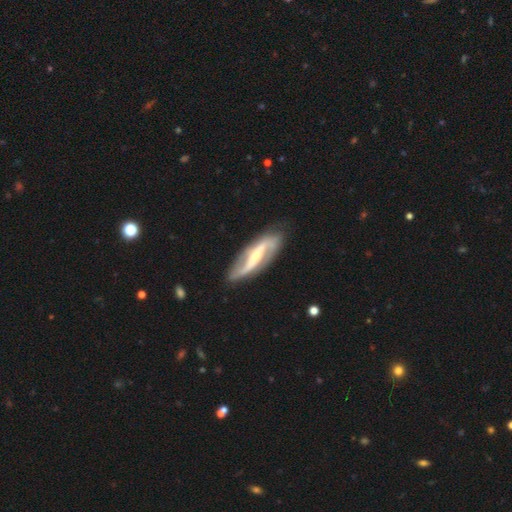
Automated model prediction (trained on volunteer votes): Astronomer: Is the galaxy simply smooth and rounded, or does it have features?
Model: featured or disk — 82%.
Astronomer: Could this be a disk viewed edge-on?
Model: no — 81%.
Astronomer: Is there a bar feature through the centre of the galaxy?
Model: strong — 42% (runner-up: weak, 36%).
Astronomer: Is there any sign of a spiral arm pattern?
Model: yes — 92%.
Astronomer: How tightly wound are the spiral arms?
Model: loose — 58%.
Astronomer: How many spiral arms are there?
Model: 2 — 89%.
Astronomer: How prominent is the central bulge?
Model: small — 47% (runner-up: moderate, 44%).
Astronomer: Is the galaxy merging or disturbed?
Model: none — 83%.